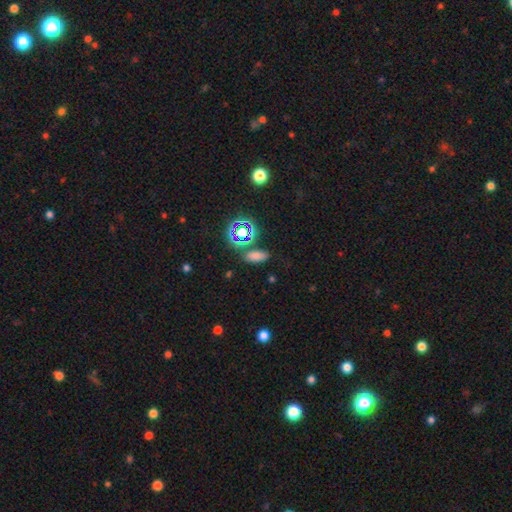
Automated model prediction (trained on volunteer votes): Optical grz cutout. It shows a smooth galaxy with no disk features (68%) that is in between round and cigar-shaped (78%). Merging: none (77%).